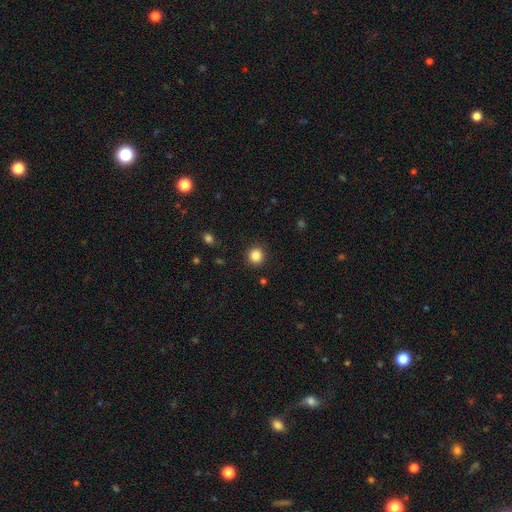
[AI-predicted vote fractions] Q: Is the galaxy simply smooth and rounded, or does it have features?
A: smooth — 85%.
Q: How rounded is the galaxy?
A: round — 93%.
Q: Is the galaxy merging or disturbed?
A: none — 92%.